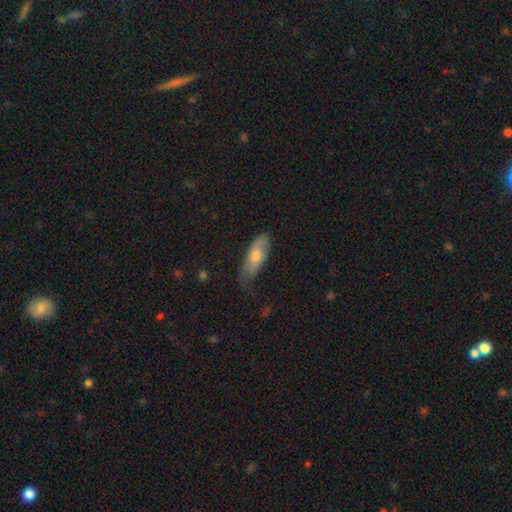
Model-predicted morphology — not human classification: Smooth or featured: smooth — 65% (featured or disk — 29%)
How rounded: in between — 69% (cigar-shaped — 29%)
Merging: none — 48% (minor disturbance — 38%)